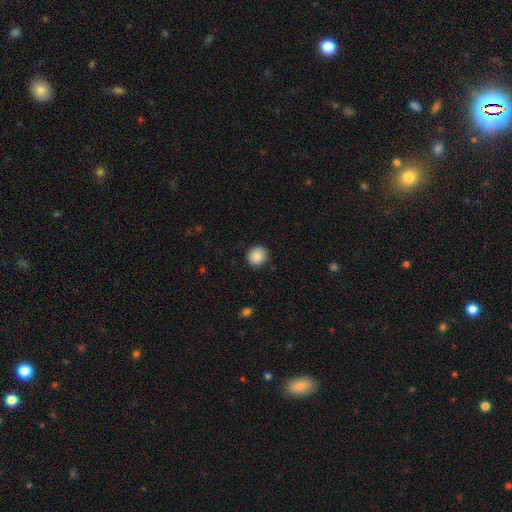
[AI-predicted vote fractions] Q: Smooth or featured?
A: smooth (88%); runner-up: star or artifact (8%)
Q: How rounded?
A: round (87%); runner-up: in between (12%)
Q: Merging?
A: none (90%); runner-up: minor disturbance (7%)